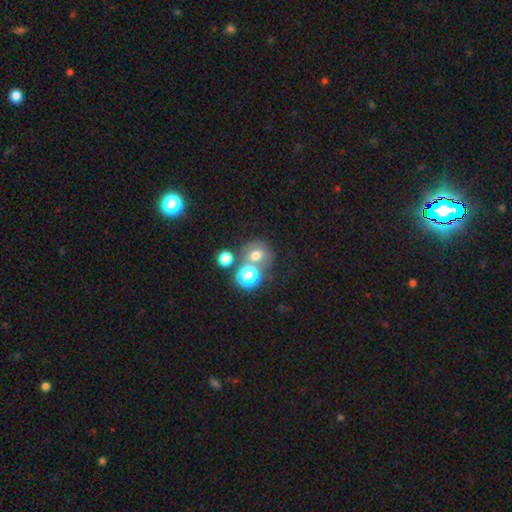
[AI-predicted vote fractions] Smooth or featured? smooth (63%)
How rounded? round (76%)
Merging? none (53%)